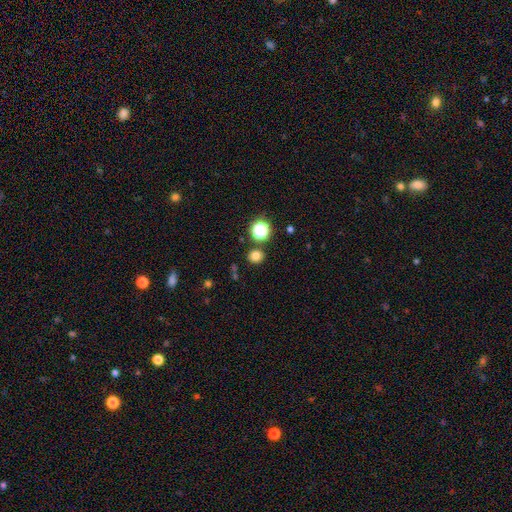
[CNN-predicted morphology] type=smooth (76%); roundness=round (84%); merging=none (84%).